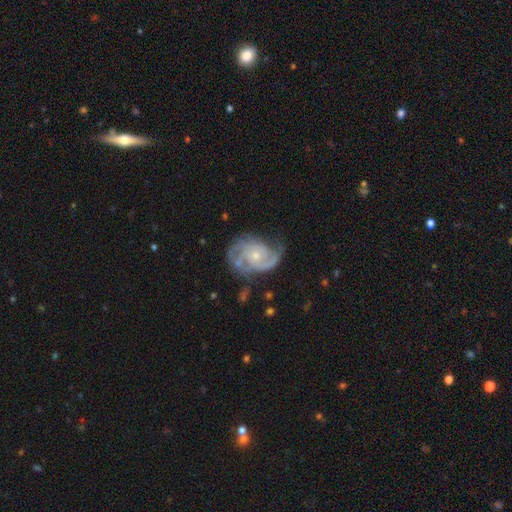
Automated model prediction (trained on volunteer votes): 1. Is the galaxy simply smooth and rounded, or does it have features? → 89% featured or disk, 6% smooth, 5% star or artifact.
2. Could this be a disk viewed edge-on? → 98% no, 2% yes.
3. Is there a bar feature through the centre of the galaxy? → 72% no, 24% weak, 4% strong.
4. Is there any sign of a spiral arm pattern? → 97% yes, 3% no.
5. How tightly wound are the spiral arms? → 48% tight, 42% medium, 10% loose.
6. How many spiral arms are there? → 38% 2, 32% 3, 13% can't tell, 7% 4, 5% 1, 5% more than 4.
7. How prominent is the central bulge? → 62% small, 33% moderate, 2% none, 2% large, 1% dominant.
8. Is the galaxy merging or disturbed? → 63% none, 23% minor disturbance, 12% major disturbance, 2% merger.